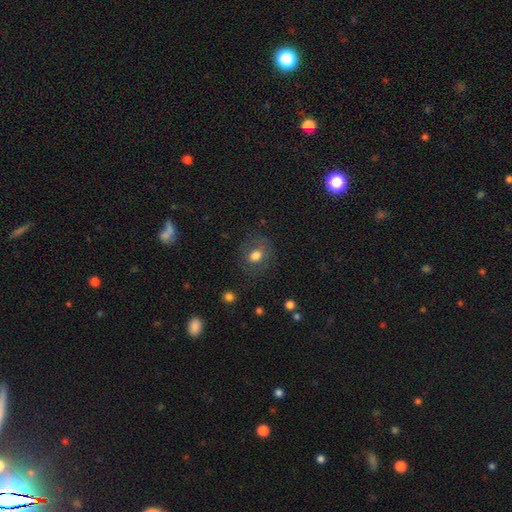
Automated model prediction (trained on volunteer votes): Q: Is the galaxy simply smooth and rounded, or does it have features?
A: smooth — 68%.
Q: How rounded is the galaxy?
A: round — 55%.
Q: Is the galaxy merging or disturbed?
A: none — 75%.